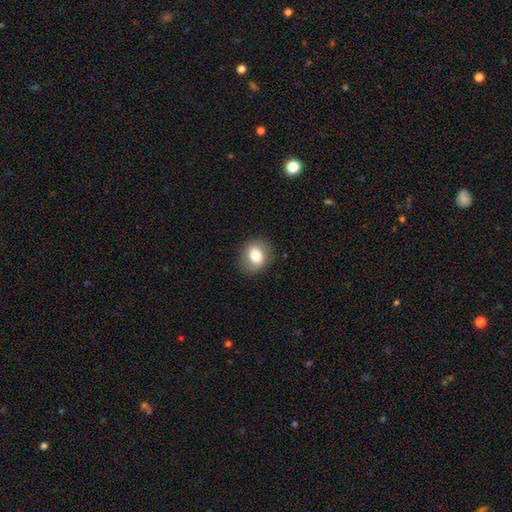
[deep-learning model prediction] smooth_or_featured: smooth (p=0.72) [alt: featured or disk p=0.19]
how_rounded: round (p=0.56) [alt: in between p=0.43]
merging: none (p=0.85) [alt: minor disturbance p=0.11]